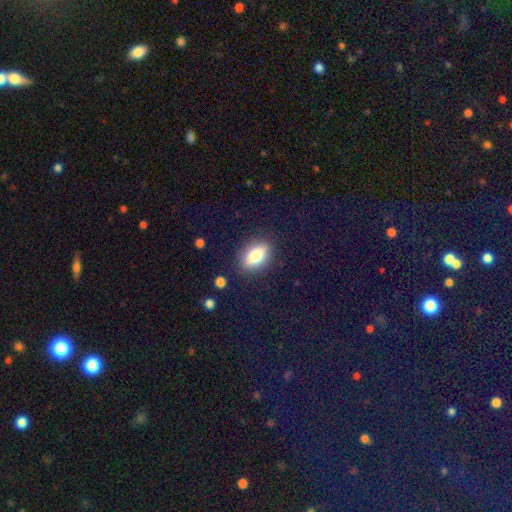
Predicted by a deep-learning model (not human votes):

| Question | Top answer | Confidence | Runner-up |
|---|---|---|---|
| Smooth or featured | smooth | 64% | featured or disk (27%) |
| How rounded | in between | 77% | round (13%) |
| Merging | none | 86% | minor disturbance (10%) |